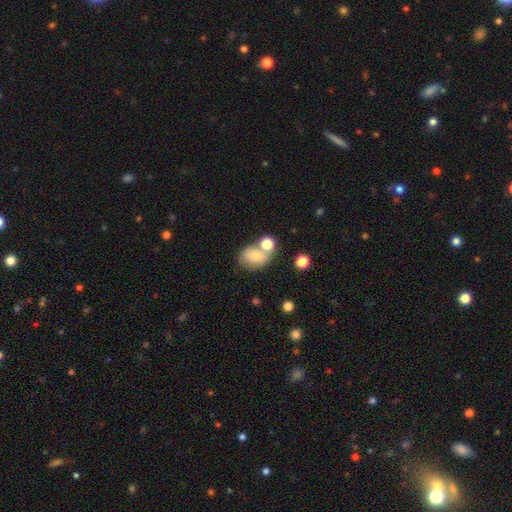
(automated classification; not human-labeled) Smooth or featured?
  - smooth: 74% *
  - featured or disk: 16%
  - star or artifact: 10%
How rounded?
  - in between: 60% *
  - round: 38%
  - cigar-shaped: 1%
Merging?
  - none: 44% *
  - merger: 36%
  - minor disturbance: 14%
  - major disturbance: 6%